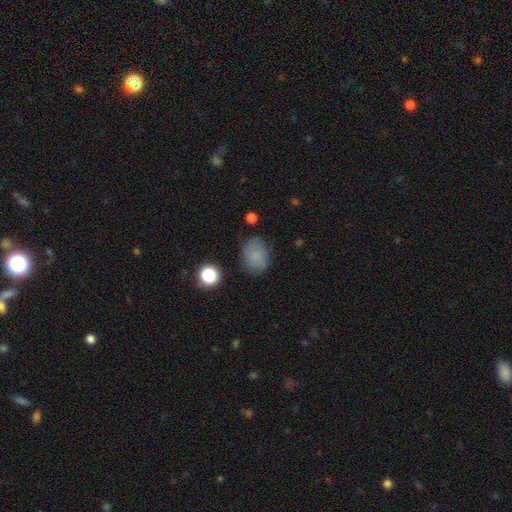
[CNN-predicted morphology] Smooth or featured? smooth (75%)
How rounded? in between (56%)
Merging? none (75%)